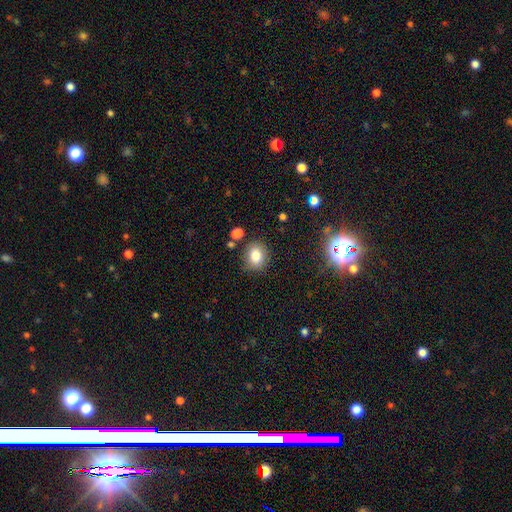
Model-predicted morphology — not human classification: type=smooth (80%); roundness=round (62%); merging=none (81%).